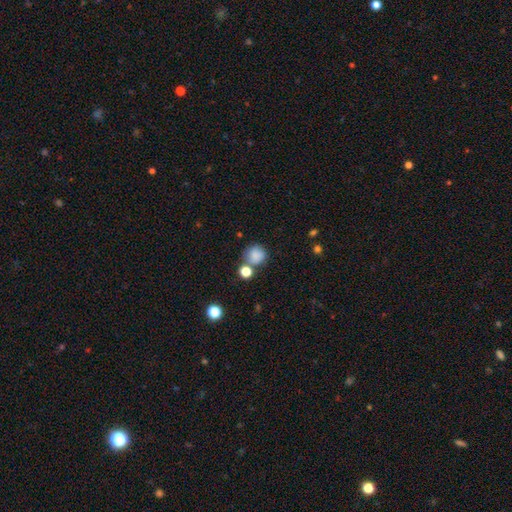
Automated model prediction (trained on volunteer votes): Q: Smooth or featured?
A: smooth (83%); runner-up: star or artifact (11%)
Q: How rounded?
A: round (88%); runner-up: in between (11%)
Q: Merging?
A: none (62%); runner-up: merger (18%)